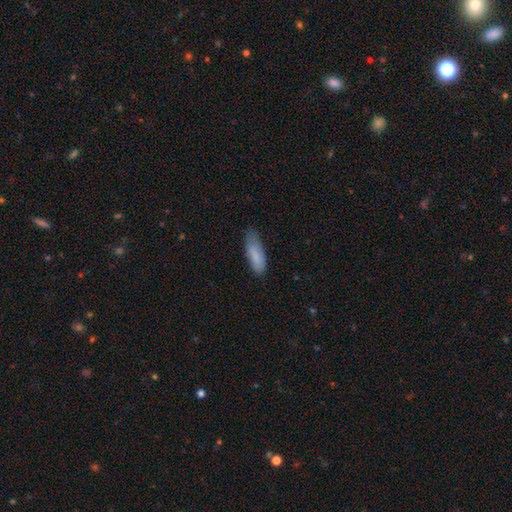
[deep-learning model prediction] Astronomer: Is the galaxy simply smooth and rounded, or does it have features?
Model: smooth — 84%.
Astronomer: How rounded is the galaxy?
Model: in between — 56% (runner-up: cigar-shaped, 42%).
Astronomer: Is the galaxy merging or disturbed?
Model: none — 61%.